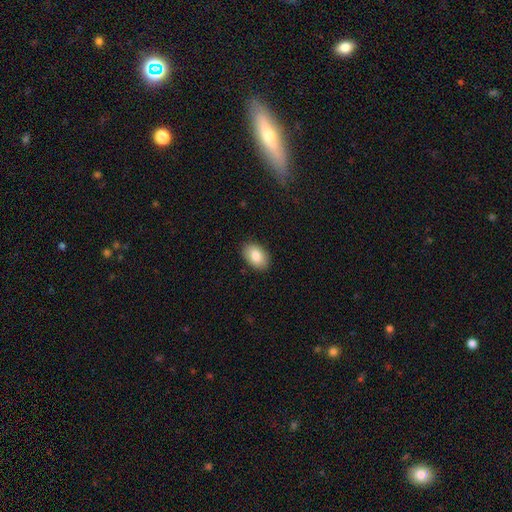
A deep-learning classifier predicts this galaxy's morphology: Smooth or featured? smooth (85%)
How rounded? in between (91%)
Merging? none (89%)